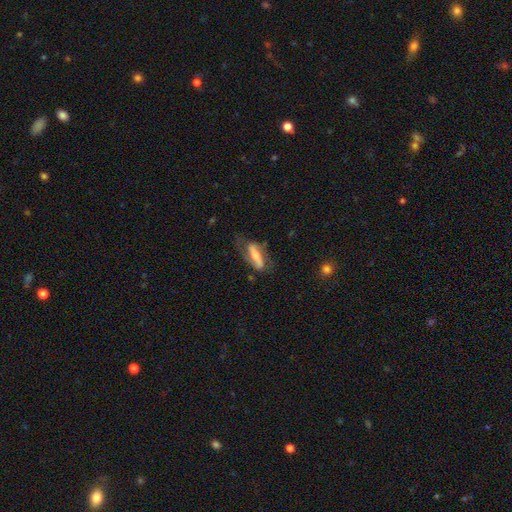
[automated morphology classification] featured or disk 62%, smooth 31%, star or artifact 7%. Down the decision tree: edge-on disk — no (82%); bar — strong (55%); spiral arms — yes (83%); bulge size — small (39%); merging — none (55%).